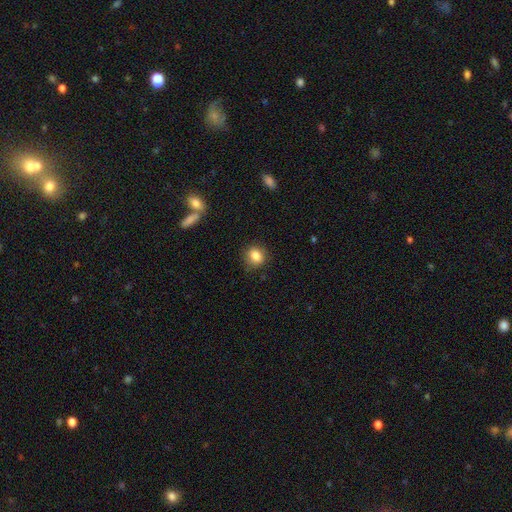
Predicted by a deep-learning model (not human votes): smooth_or_featured: smooth (p=0.84) [alt: star or artifact p=0.10]
how_rounded: round (p=0.69) [alt: in between p=0.30]
merging: none (p=0.83) [alt: minor disturbance p=0.12]